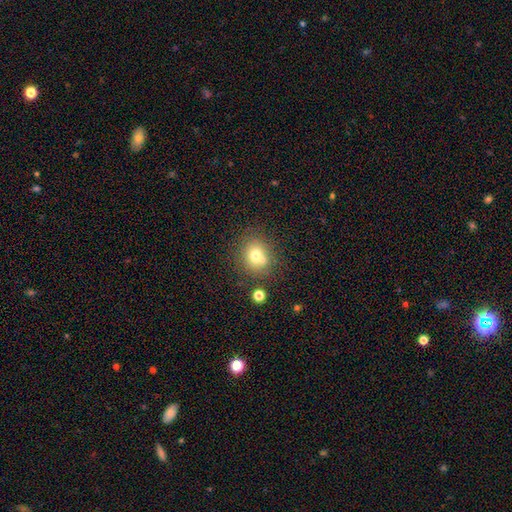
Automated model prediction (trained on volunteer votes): Smooth or featured? smooth (72%)
How rounded? round (77%)
Merging? none (62%)